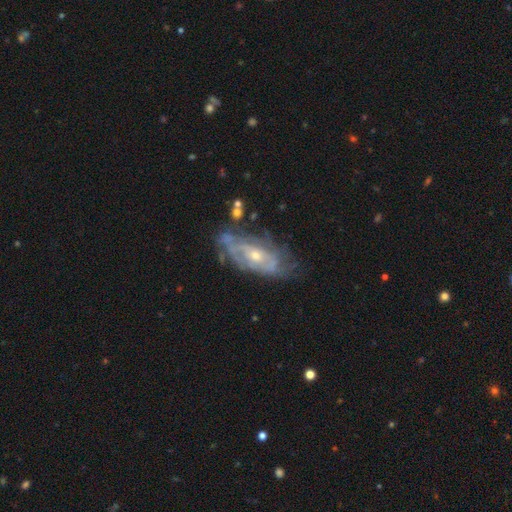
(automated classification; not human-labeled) This appears to be a featured or disk galaxy (80%) with no bar (70%), tight (61%) spiral arms (81%) and a small central bulge (56%). Merging: none (56%).